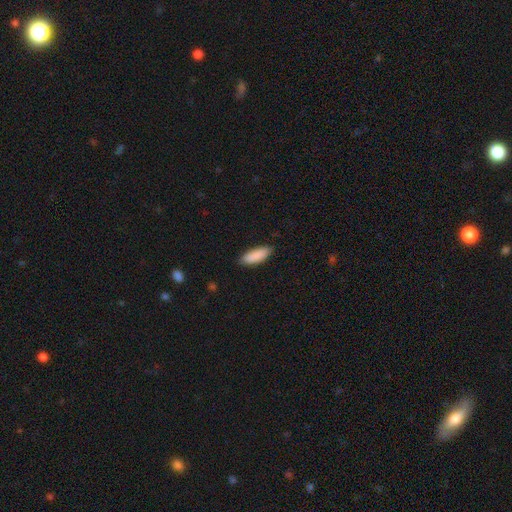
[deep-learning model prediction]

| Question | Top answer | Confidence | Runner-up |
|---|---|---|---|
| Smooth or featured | smooth | 90% | star or artifact (6%) |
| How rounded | in between | 67% | cigar-shaped (32%) |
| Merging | none | 86% | minor disturbance (11%) |